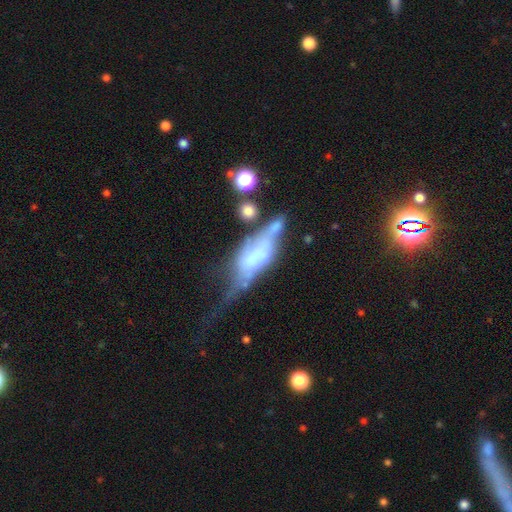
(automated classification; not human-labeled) Smooth or featured?
  - featured or disk: 54% *
  - smooth: 37%
  - star or artifact: 10%
Edge-on disk?
  - no: 55% *
  - yes: 45%
Merging?
  - major disturbance: 40% *
  - merger: 22%
  - minor disturbance: 20%
  - none: 18%